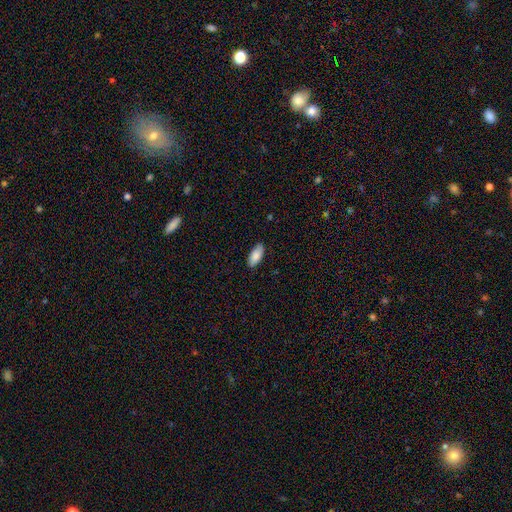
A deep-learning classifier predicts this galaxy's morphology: Smooth or featured?
  - smooth: 87% *
  - featured or disk: 8%
  - star or artifact: 6%
How rounded?
  - in between: 88% *
  - cigar-shaped: 10%
  - round: 2%
Merging?
  - none: 87% *
  - minor disturbance: 10%
  - major disturbance: 2%
  - merger: 1%